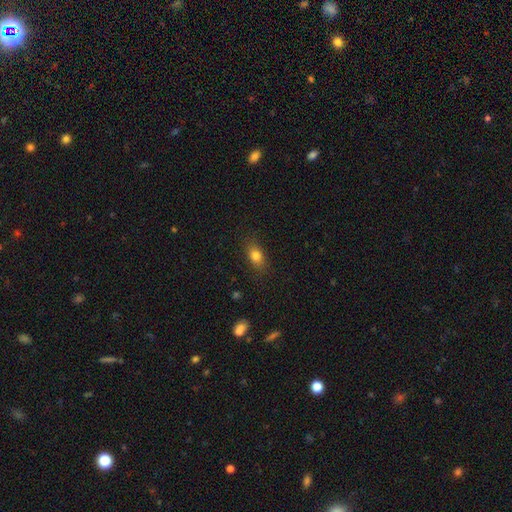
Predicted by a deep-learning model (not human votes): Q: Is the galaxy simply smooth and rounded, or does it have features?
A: smooth — 81%.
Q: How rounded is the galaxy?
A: in between — 77%.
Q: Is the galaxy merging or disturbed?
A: none — 83%.